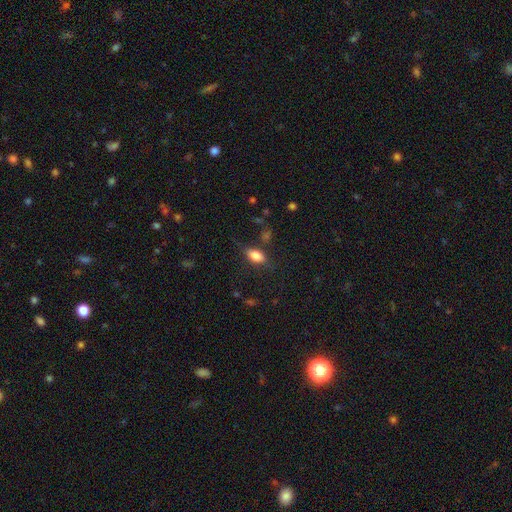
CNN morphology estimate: smooth 79%, featured or disk 12%, star or artifact 9%. Down the decision tree: how rounded — in between (85%); merging — none (71%).